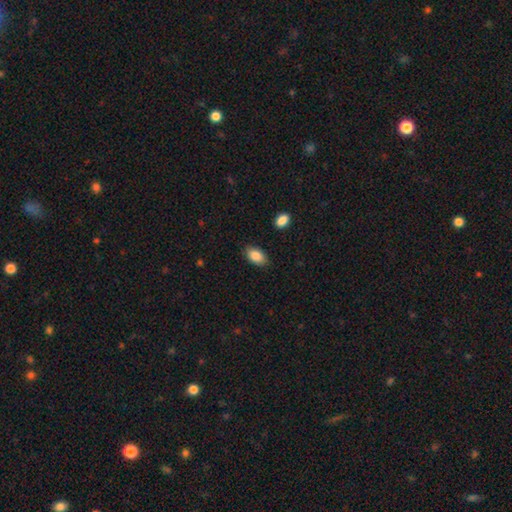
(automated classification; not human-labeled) A smooth galaxy with no disk features (86%) that is in between round and cigar-shaped (92%).

Vote fractions:
- Smooth or featured? smooth: 86% / star or artifact: 7% / featured or disk: 6%
- How rounded? in between: 92% / round: 6% / cigar-shaped: 2%
- Merging? none: 86% / minor disturbance: 10% / major disturbance: 2% / merger: 1%